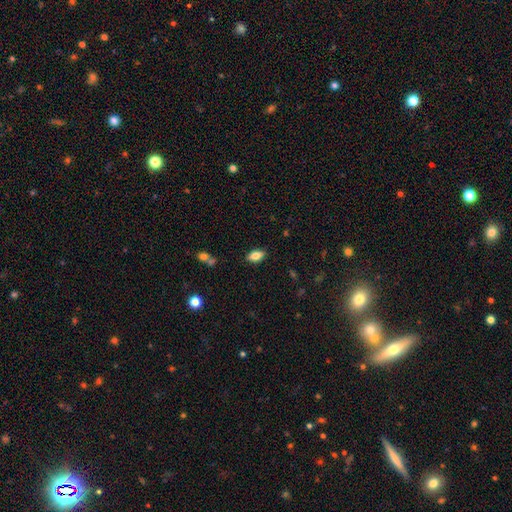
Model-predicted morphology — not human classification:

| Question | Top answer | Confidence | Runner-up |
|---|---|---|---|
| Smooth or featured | smooth | 78% | featured or disk (14%) |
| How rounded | in between | 89% | cigar-shaped (7%) |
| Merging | none | 86% | minor disturbance (10%) |